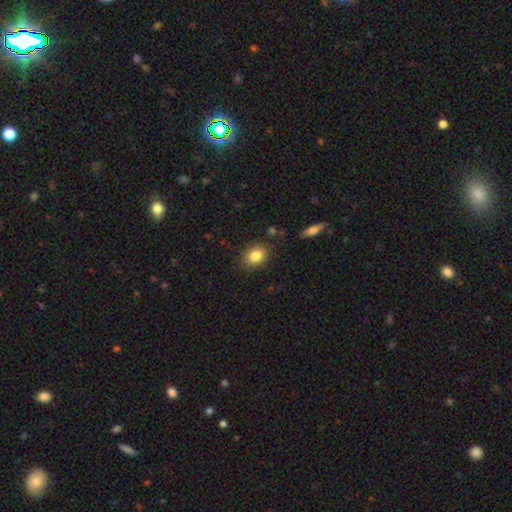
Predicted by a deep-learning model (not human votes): Smooth or featured? smooth (84%)
How rounded? in between (53%)
Merging? none (84%)